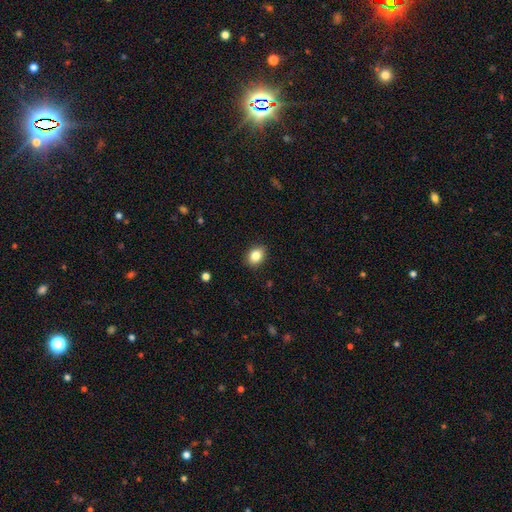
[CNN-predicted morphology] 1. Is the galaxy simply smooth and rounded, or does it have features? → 85% smooth, 9% star or artifact, 6% featured or disk.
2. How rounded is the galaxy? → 65% in between, 34% round, 1% cigar-shaped.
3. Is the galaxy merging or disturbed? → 88% none, 9% minor disturbance, 2% major disturbance, 1% merger.